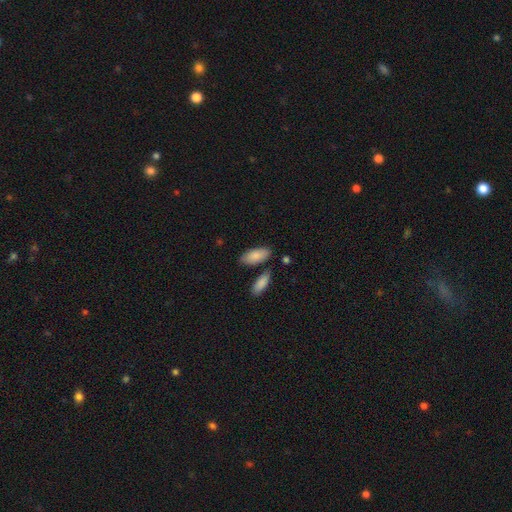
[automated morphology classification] Smooth or featured? Predicted: smooth (p=0.85). How rounded? Predicted: in between (p=0.87). Merging? Predicted: none (p=0.73).